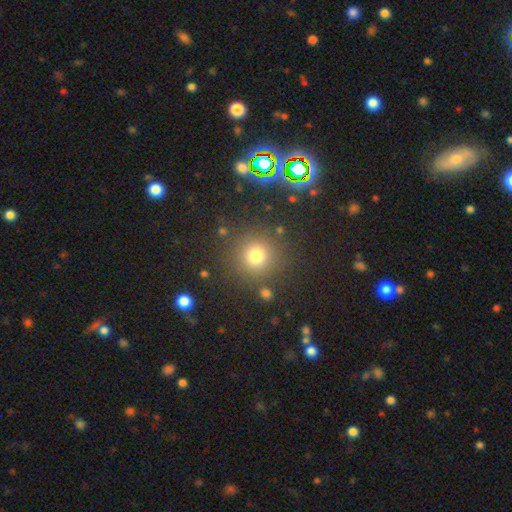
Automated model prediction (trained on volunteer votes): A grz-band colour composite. It shows a smooth galaxy with no disk features (74%) that is round (93%). Merging: none (86%).